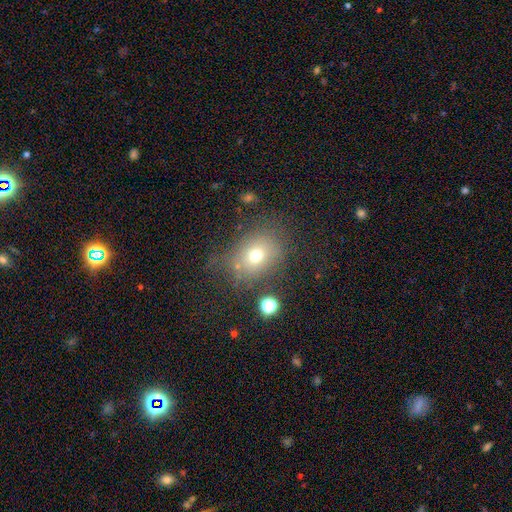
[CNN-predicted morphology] A smooth galaxy with no disk features (68%) that is round (50%). Merging: none (62%).